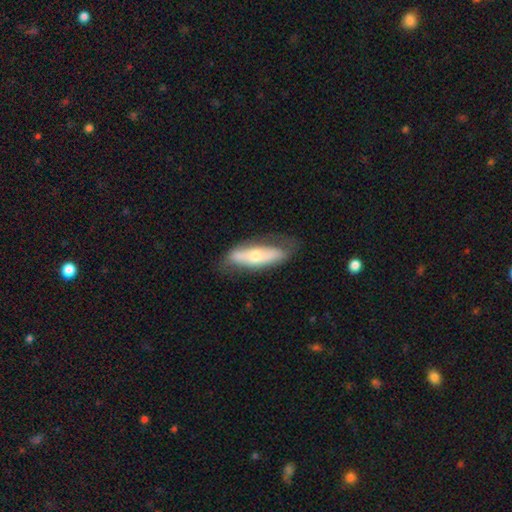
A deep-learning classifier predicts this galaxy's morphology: Smooth or featured: smooth — 48% (featured or disk — 46%)
Merging: none — 66% (minor disturbance — 23%)